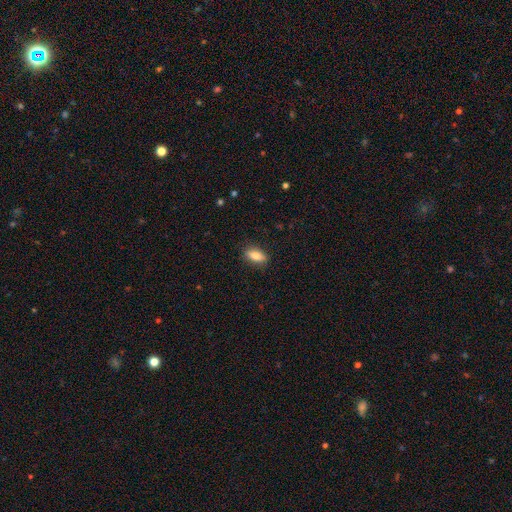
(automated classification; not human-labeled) A smooth galaxy with no disk features (79%) that is in between round and cigar-shaped (82%).

Vote fractions:
- Smooth or featured? smooth: 79% / featured or disk: 14% / star or artifact: 7%
- How rounded? in between: 82% / cigar-shaped: 13% / round: 5%
- Merging? none: 87% / minor disturbance: 10% / major disturbance: 2% / merger: 1%